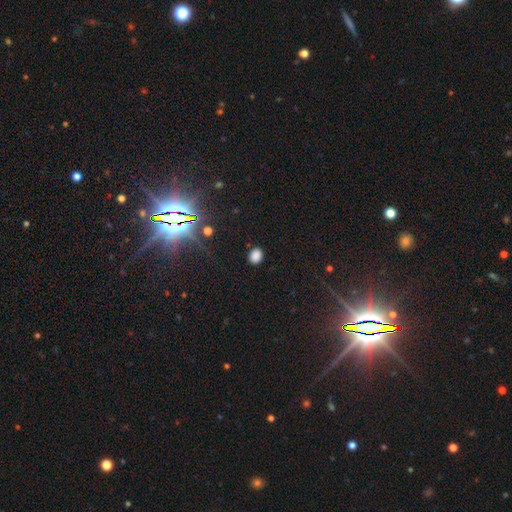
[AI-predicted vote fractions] The model was most divided on "how rounded": round: 51%, in between: 48%, cigar-shaped: 1%. More confident: merging — none (88%); smooth or featured — smooth (80%).